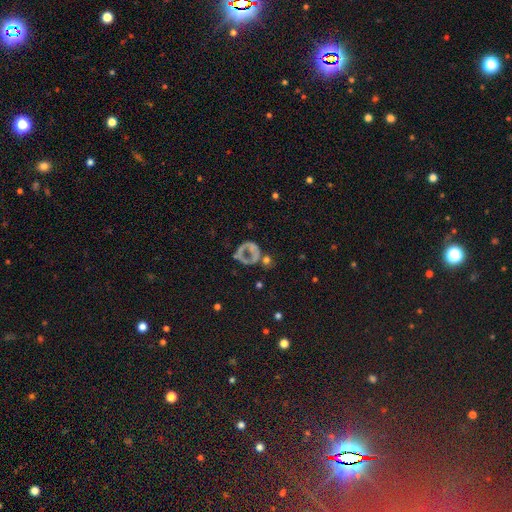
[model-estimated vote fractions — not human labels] A star or artifact, not a galaxy (49%).